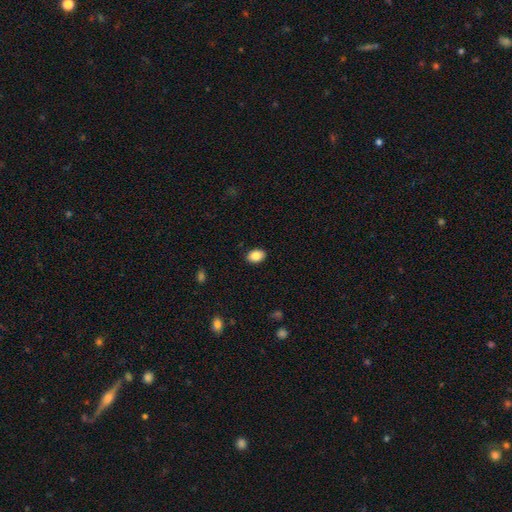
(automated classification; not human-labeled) Smooth or featured?
  - smooth: 87% *
  - star or artifact: 8%
  - featured or disk: 6%
How rounded?
  - in between: 81% *
  - round: 18%
  - cigar-shaped: 1%
Merging?
  - none: 89% *
  - minor disturbance: 8%
  - major disturbance: 2%
  - merger: 1%